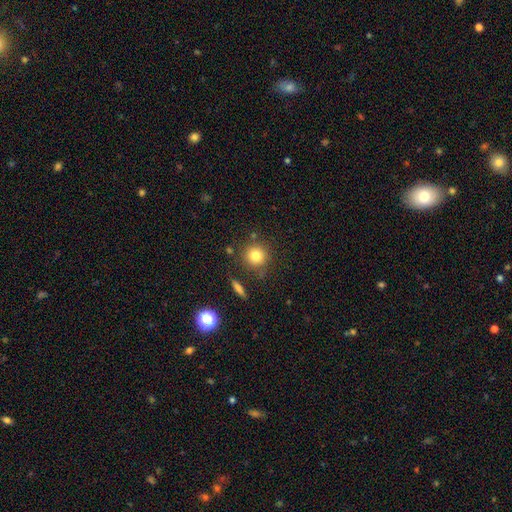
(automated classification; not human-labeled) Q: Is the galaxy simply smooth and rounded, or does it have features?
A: smooth — 80%.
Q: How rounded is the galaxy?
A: round — 92%.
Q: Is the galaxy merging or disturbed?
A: none — 81%.